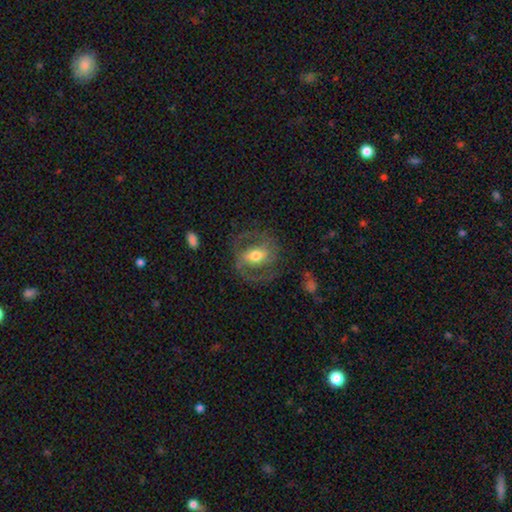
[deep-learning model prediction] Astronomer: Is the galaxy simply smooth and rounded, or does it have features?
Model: featured or disk — 73%.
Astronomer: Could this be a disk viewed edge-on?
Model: no — 95%.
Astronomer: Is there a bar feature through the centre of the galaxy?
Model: strong — 42% (runner-up: weak, 38%).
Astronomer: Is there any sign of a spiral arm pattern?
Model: yes — 77%.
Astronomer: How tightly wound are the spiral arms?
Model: medium — 52%.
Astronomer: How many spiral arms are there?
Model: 2 — 83%.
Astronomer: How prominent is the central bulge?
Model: moderate — 69%.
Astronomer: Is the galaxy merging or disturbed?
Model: none — 70%.